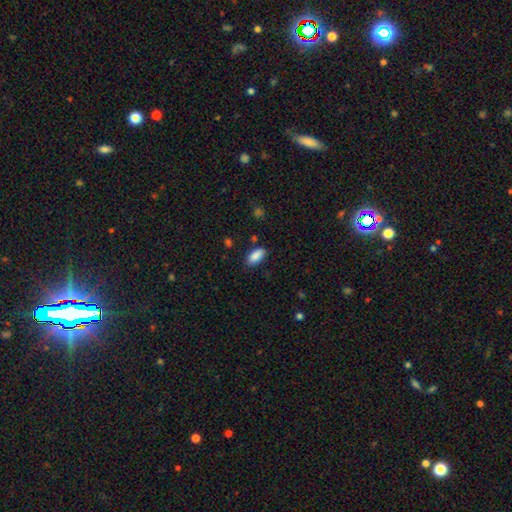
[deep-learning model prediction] This appears to be a smooth galaxy with no disk features (88%) that is in between round and cigar-shaped (90%). Merging: none (82%).